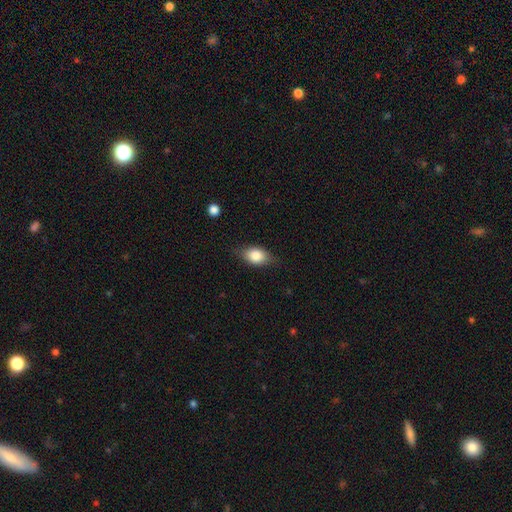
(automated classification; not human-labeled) smooth-or-featured: smooth: 79% | featured or disk: 14% | star or artifact: 7%
  how-rounded: in between: 81% | round: 15% | cigar-shaped: 4%
  merging: none: 76% | minor disturbance: 19% | major disturbance: 4% | merger: 1%